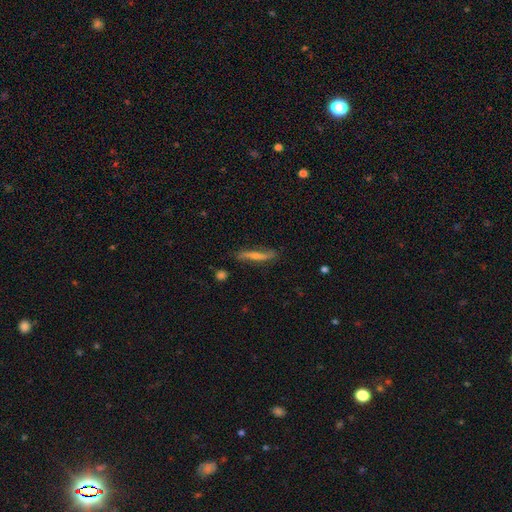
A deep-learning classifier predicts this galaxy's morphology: Overall: featured or disk (57%; smooth 34%). Edge-on disk: yes (66%; no 34%). Merging: none (73%).